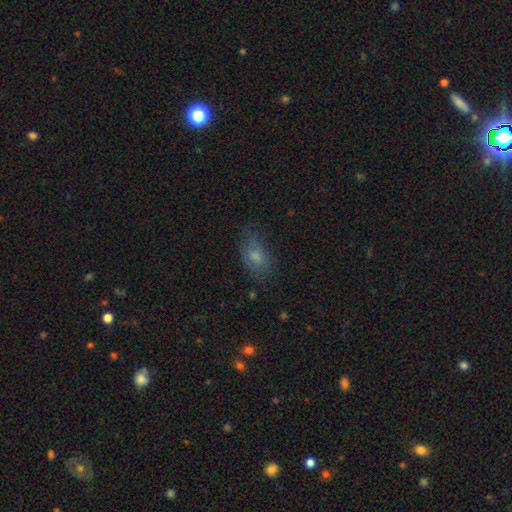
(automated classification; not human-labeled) Q: Smooth or featured?
A: smooth (67%); runner-up: featured or disk (20%)
Q: How rounded?
A: in between (84%); runner-up: round (12%)
Q: Merging?
A: none (62%); runner-up: minor disturbance (24%)